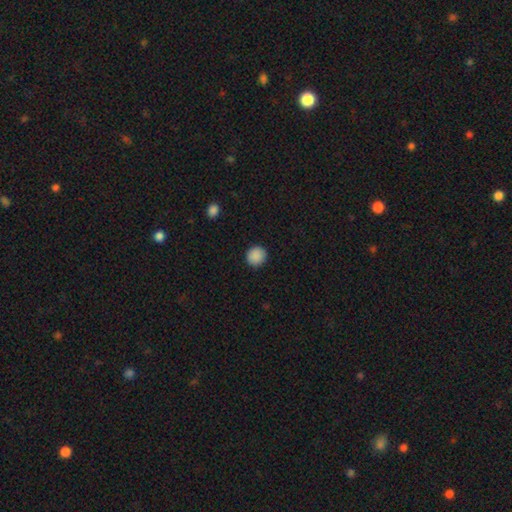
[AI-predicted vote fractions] Overall: smooth (89%). How rounded: round (90%). Merging: none (91%).